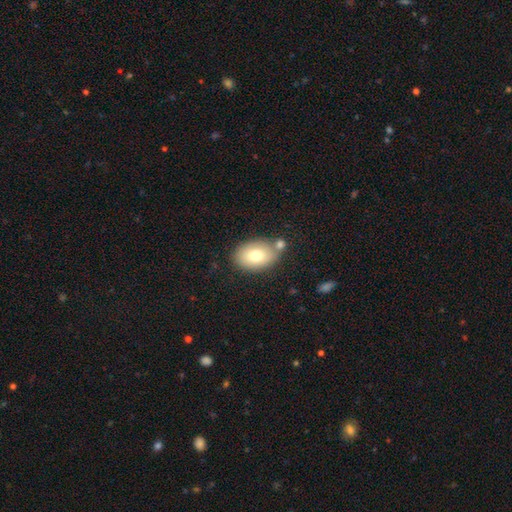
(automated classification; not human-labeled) Q: Smooth or featured?
A: smooth (75%); runner-up: featured or disk (17%)
Q: How rounded?
A: in between (84%); runner-up: round (15%)
Q: Merging?
A: none (65%); runner-up: merger (16%)